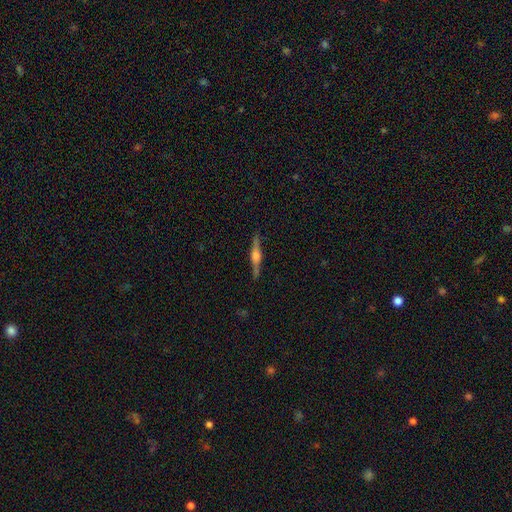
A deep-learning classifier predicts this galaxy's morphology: This is likely a featured or disk galaxy (79%). It is clearly viewed edge-on (98%). Edge-on bulge: clearly rounded (84%). Merging: clearly none (90%).